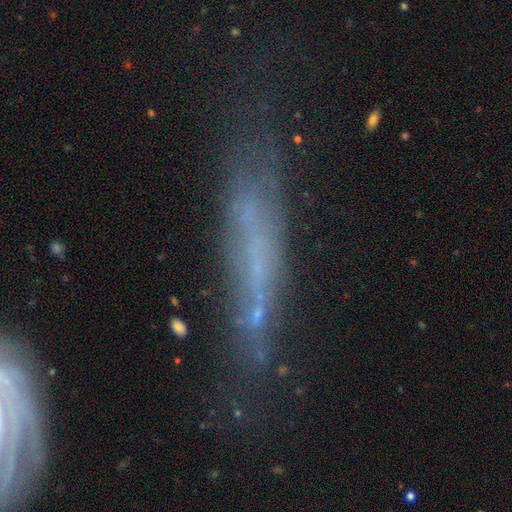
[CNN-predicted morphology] Smooth or featured? featured or disk (62%)
Edge-on disk? no (64%)
Merging? none (53%)